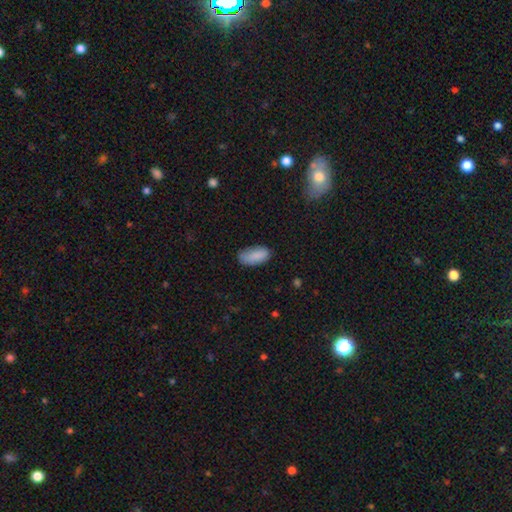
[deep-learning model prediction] smooth 88%, star or artifact 7%, featured or disk 5%. Down the decision tree: how rounded — in between (91%); merging — none (72%).